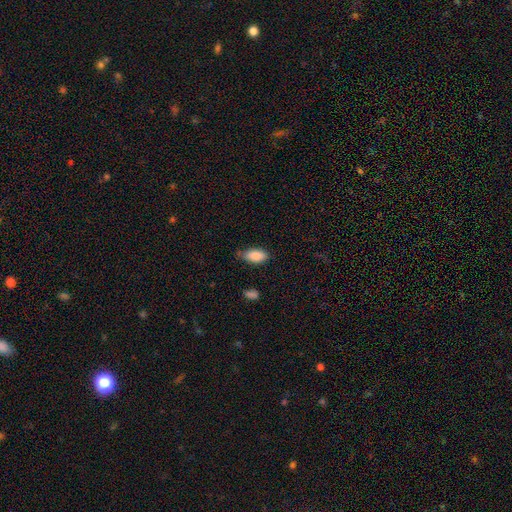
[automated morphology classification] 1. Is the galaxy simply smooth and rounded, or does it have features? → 86% smooth, 7% star or artifact, 7% featured or disk.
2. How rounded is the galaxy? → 92% in between, 5% cigar-shaped, 3% round.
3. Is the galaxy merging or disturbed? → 65% none, 27% minor disturbance, 4% major disturbance, 3% merger.